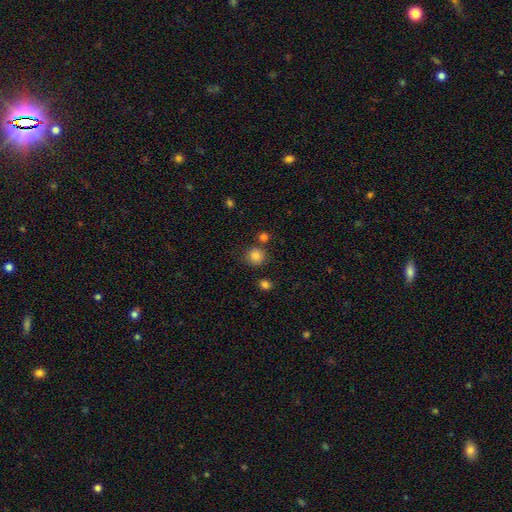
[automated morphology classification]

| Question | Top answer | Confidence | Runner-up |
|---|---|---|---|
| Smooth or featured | smooth | 84% | star or artifact (11%) |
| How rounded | round | 88% | in between (11%) |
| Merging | none | 77% | minor disturbance (10%) |